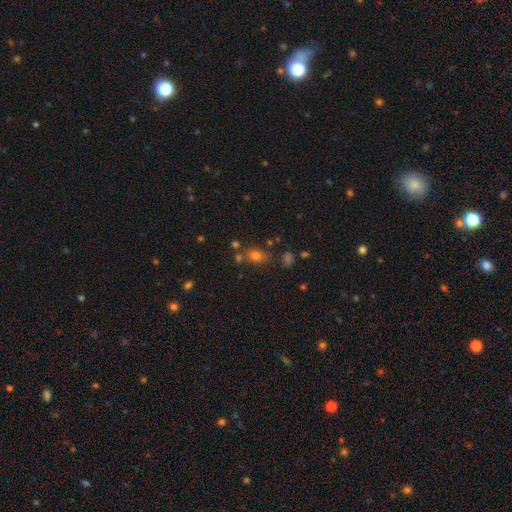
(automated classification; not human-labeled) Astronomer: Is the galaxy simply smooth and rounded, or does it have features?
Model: smooth — 66%.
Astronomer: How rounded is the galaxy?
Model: in between — 60% (runner-up: round, 37%).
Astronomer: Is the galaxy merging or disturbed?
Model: none — 65%.